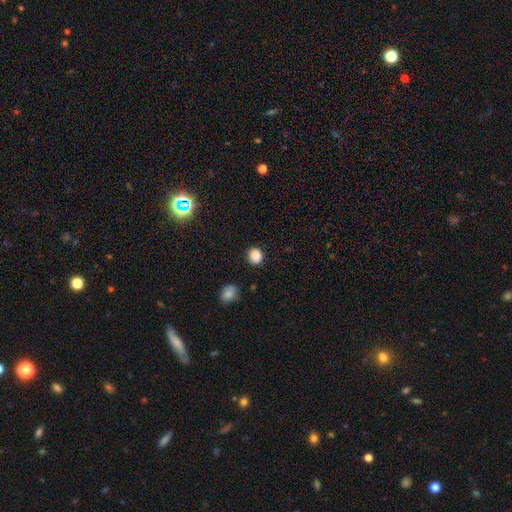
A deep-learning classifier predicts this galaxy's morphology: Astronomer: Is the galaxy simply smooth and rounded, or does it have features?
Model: smooth — 86%.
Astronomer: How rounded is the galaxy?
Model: round — 81%.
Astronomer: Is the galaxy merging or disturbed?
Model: none — 88%.